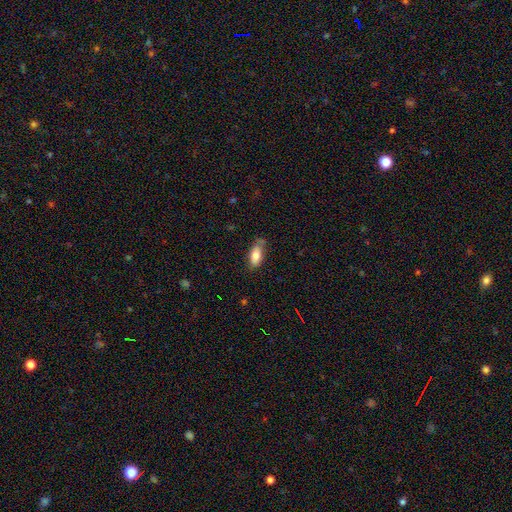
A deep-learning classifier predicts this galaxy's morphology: Smooth or featured? smooth (77%)
How rounded? in between (86%)
Merging? none (63%)